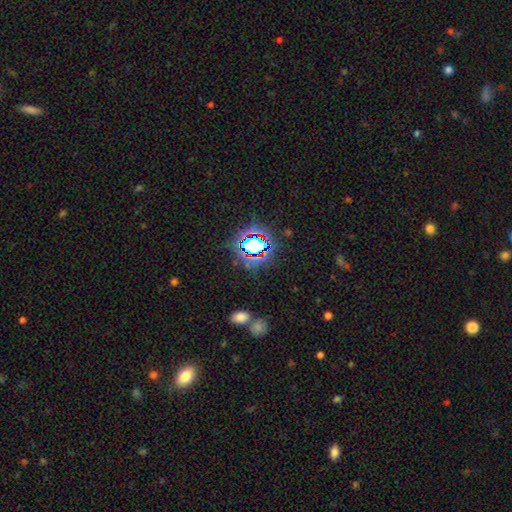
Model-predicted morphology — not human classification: Q: Smooth or featured?
A: star or artifact (77%); runner-up: smooth (15%)